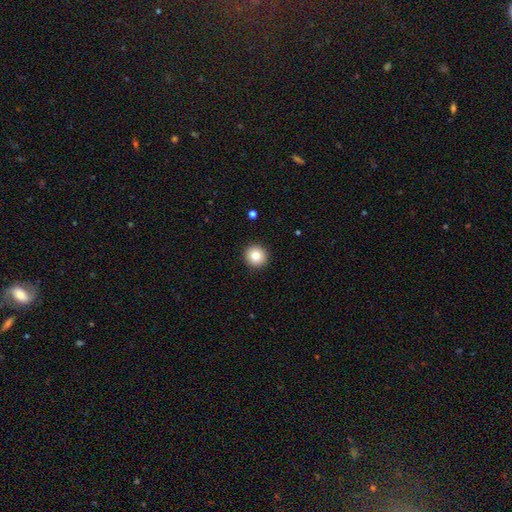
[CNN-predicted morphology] The model was most divided on "smooth or featured": smooth: 83%, star or artifact: 9%, featured or disk: 7%. More confident: how rounded — round (94%); merging — none (93%).